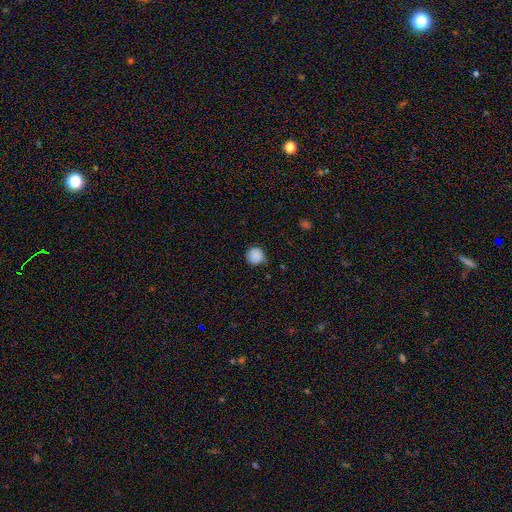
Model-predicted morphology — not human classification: A smooth galaxy with no disk features (87%) that is round (93%).

Vote fractions:
- Smooth or featured? smooth: 87% / star or artifact: 10% / featured or disk: 3%
- How rounded? round: 93% / in between: 6% / cigar-shaped: 1%
- Merging? none: 79% / minor disturbance: 17% / major disturbance: 3% / merger: 1%